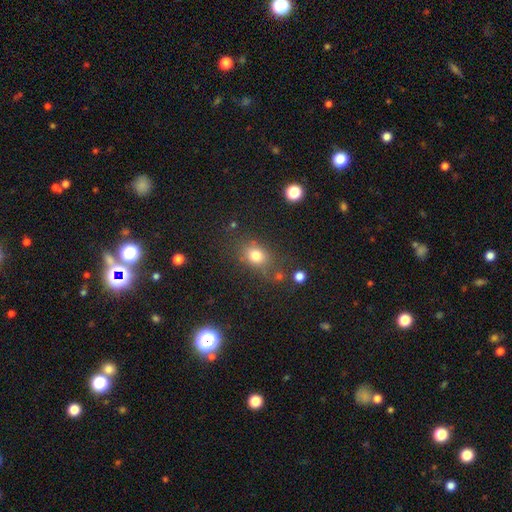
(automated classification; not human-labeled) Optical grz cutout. It shows a smooth galaxy with no disk features (76%) that is round (51%). Merging: none (67%).